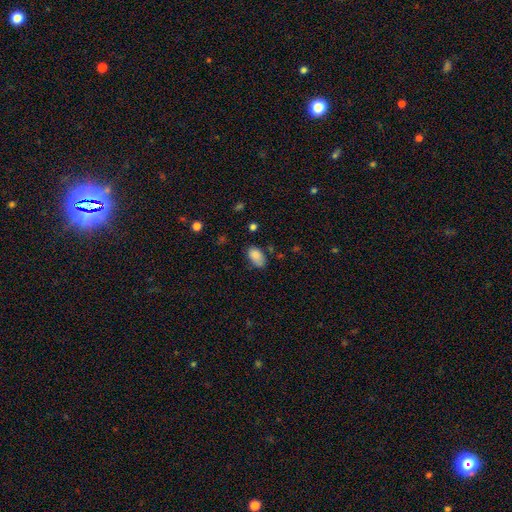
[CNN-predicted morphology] A smooth galaxy with no disk features (86%) that is in between round and cigar-shaped (92%). Merging: none (66%).